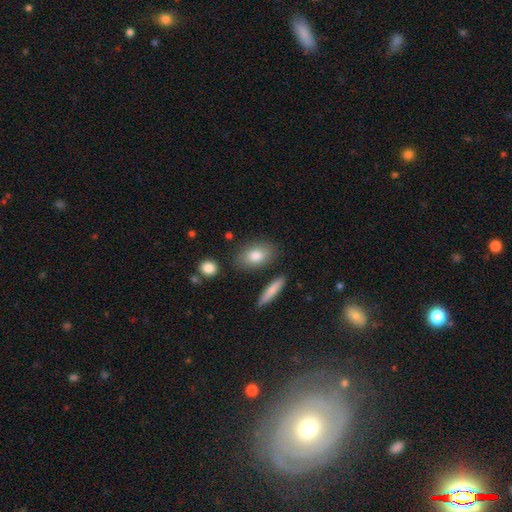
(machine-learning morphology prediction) Q: Smooth or featured?
A: smooth (81%); runner-up: featured or disk (12%)
Q: How rounded?
A: in between (83%); runner-up: round (12%)
Q: Merging?
A: none (81%); runner-up: minor disturbance (11%)